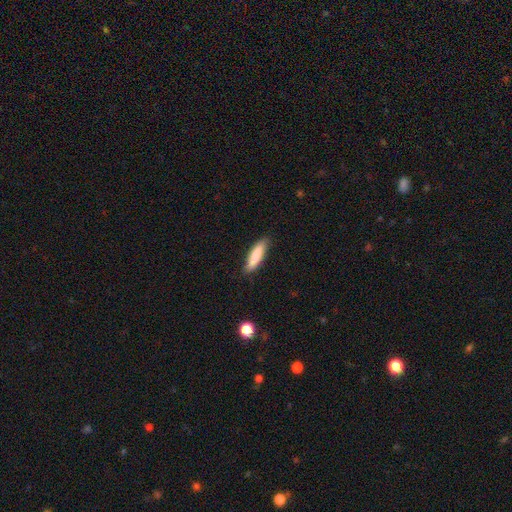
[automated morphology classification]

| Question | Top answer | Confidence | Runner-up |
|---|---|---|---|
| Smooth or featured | smooth | 80% | featured or disk (14%) |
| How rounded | cigar-shaped | 67% | in between (32%) |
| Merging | none | 81% | minor disturbance (15%) |